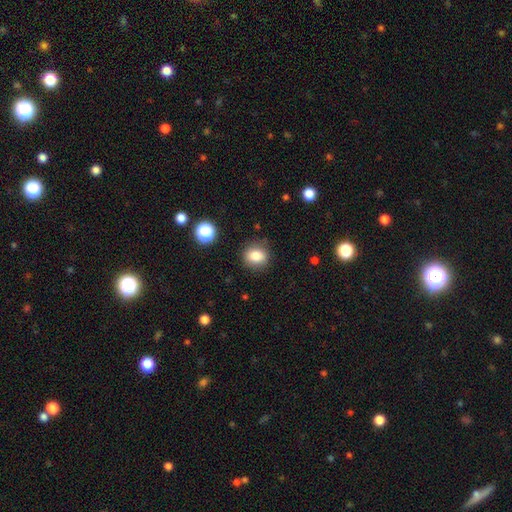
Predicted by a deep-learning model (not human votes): Overall: smooth (81%). How rounded: round (71%). Merging: none (84%).